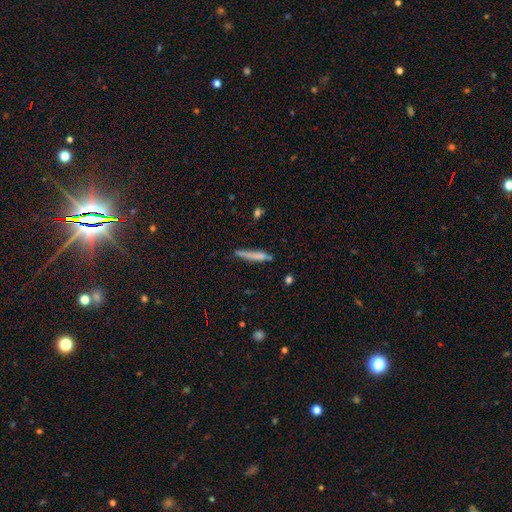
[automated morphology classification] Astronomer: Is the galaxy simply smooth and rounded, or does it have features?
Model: smooth — 66%.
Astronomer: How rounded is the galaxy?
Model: cigar-shaped — 92%.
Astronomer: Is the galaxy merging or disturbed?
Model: none — 66%.